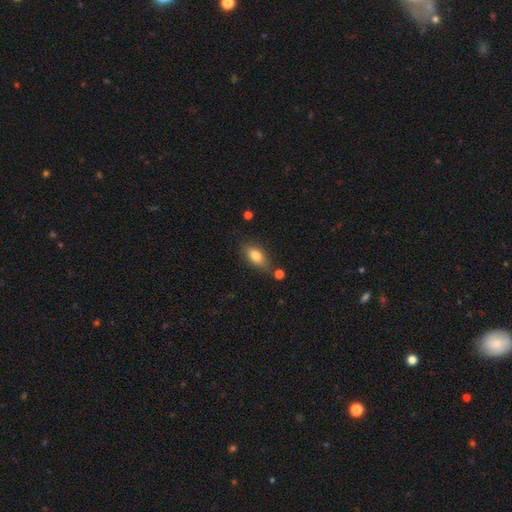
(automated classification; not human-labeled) Smooth or featured?
  - smooth: 78% *
  - featured or disk: 14%
  - star or artifact: 8%
How rounded?
  - in between: 85% *
  - cigar-shaped: 9%
  - round: 7%
Merging?
  - none: 71% *
  - minor disturbance: 18%
  - merger: 7%
  - major disturbance: 4%